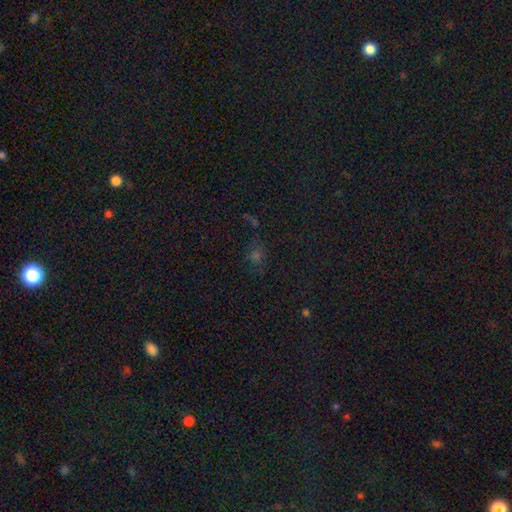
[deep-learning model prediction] star or artifact 46%, smooth 43%, featured or disk 10%.